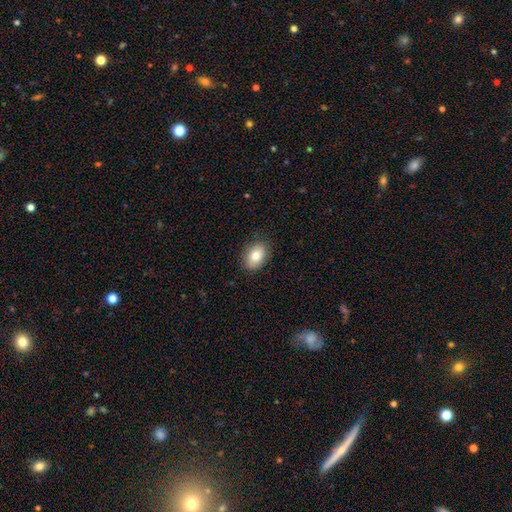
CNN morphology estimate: The model was most divided on "how rounded": in between: 82%, round: 17%, cigar-shaped: 1%. More confident: merging — none (86%); smooth or featured — smooth (80%).